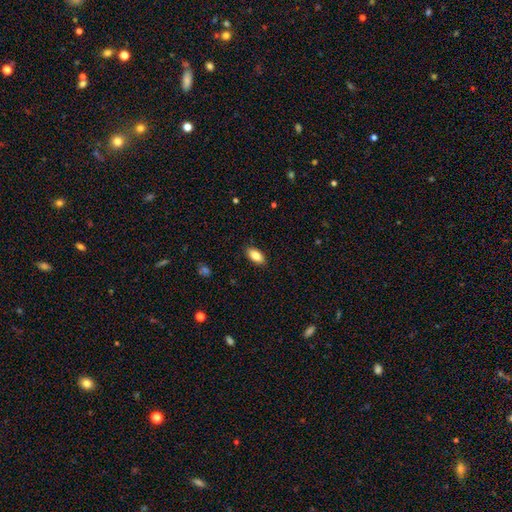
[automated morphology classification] A smooth galaxy with no disk features (86%) that is in between round and cigar-shaped (92%).

Vote fractions:
- Smooth or featured? smooth: 86% / featured or disk: 7% / star or artifact: 7%
- How rounded? in between: 92% / cigar-shaped: 5% / round: 3%
- Merging? none: 88% / minor disturbance: 9% / major disturbance: 2% / merger: 1%